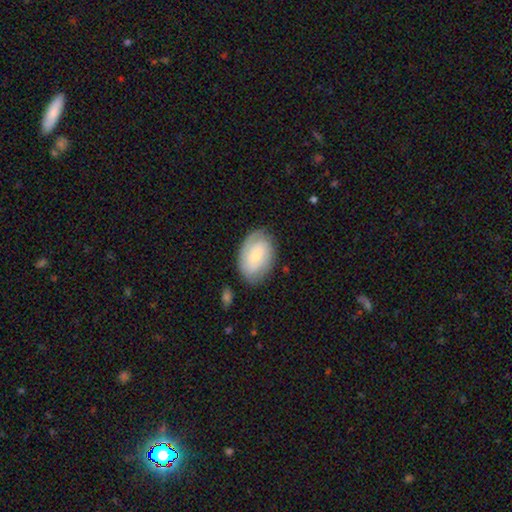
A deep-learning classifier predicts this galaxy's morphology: smooth_or_featured: featured or disk (p=0.51) [alt: smooth p=0.43]
disk_edge_on: no (p=0.95) [alt: yes p=0.05]
merging: none (p=0.76) [alt: minor disturbance p=0.17]